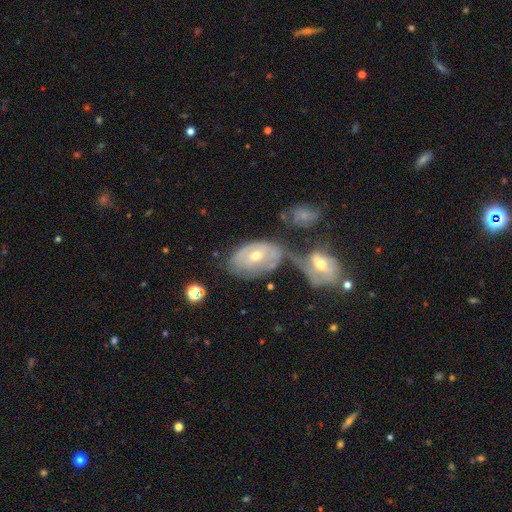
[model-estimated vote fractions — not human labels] Smooth or featured: featured or disk — 65% (smooth — 28%)
Edge-on disk: no — 92% (yes — 8%)
Bar: no — 59% (weak — 30%)
Spiral arms: yes — 64% (no — 36%)
Bulge size: moderate — 61% (small — 35%)
Merging: merger — 38% (none — 33%)